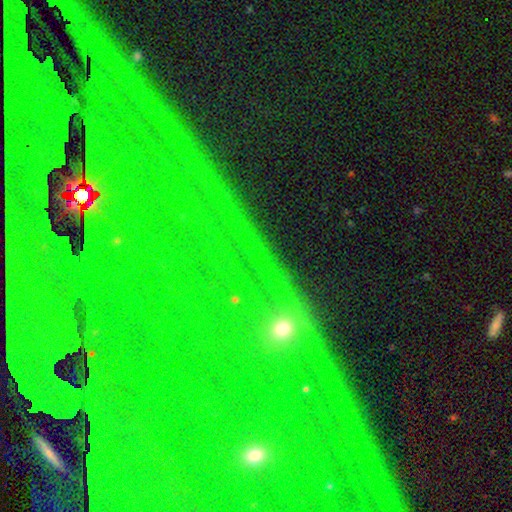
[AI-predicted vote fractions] Overall: star or artifact (73%).